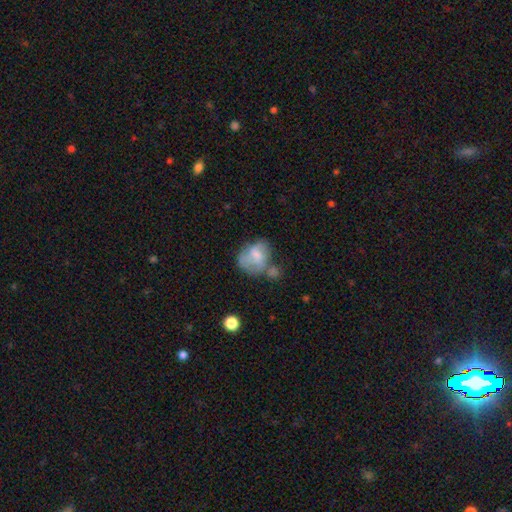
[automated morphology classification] A smooth galaxy with no disk features (50%). Merging: none (29%).